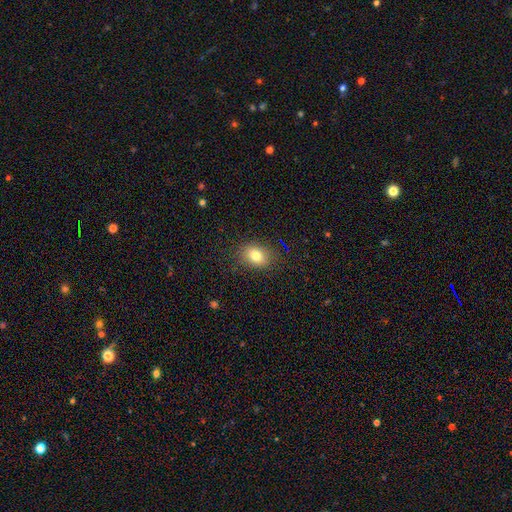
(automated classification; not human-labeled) Morphology: type=smooth (80%); roundness=in between (68%); merging=none (85%).